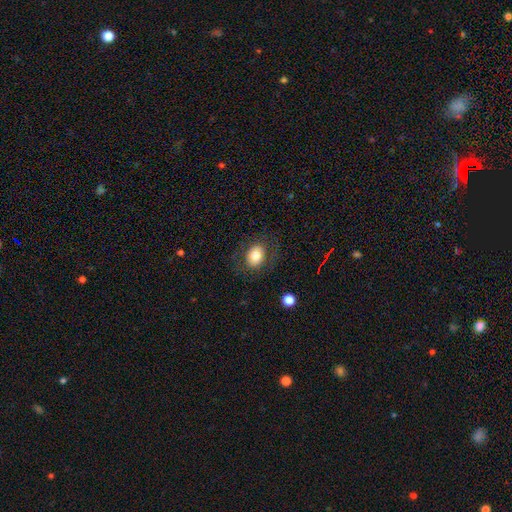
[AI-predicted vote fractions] Q: Smooth or featured?
A: smooth (76%); runner-up: featured or disk (15%)
Q: How rounded?
A: in between (62%); runner-up: round (37%)
Q: Merging?
A: none (79%); runner-up: minor disturbance (13%)